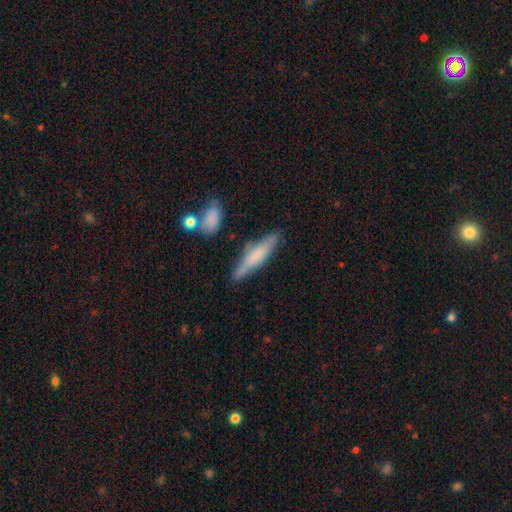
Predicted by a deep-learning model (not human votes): The model was most divided on "smooth or featured": smooth: 60%, featured or disk: 34%, star or artifact: 7%. More confident: how rounded — cigar-shaped (82%); merging — none (75%).